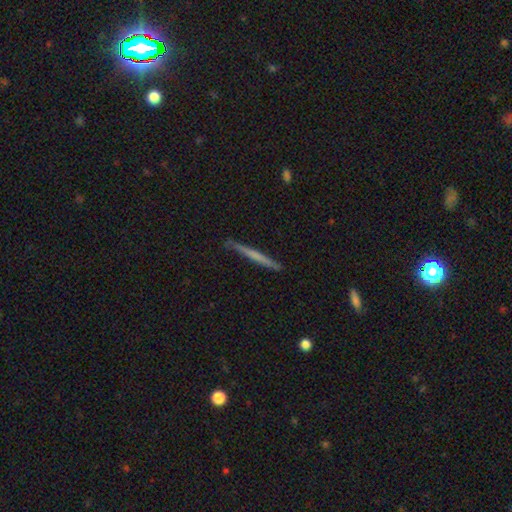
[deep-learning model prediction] Smooth or featured? smooth (49%)
Merging? none (89%)